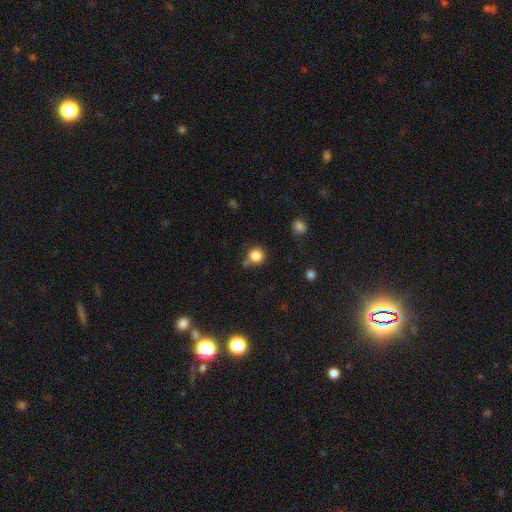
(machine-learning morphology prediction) Smooth or featured: smooth — 85% (star or artifact — 11%)
How rounded: round — 92% (in between — 7%)
Merging: none — 74% (minor disturbance — 12%)